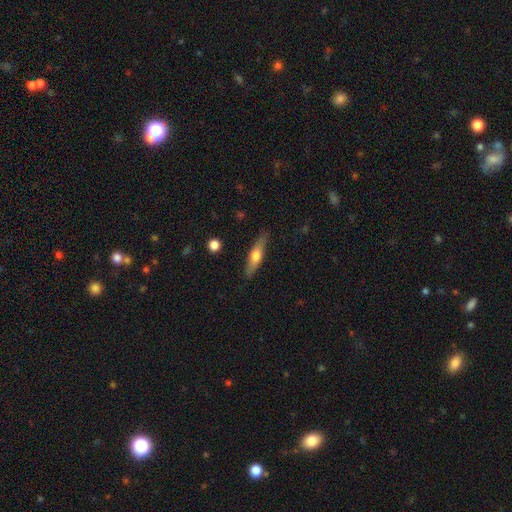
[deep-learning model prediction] smooth_or_featured: featured or disk (p=0.48) [alt: smooth p=0.46]
merging: none (p=0.86) [alt: minor disturbance p=0.11]